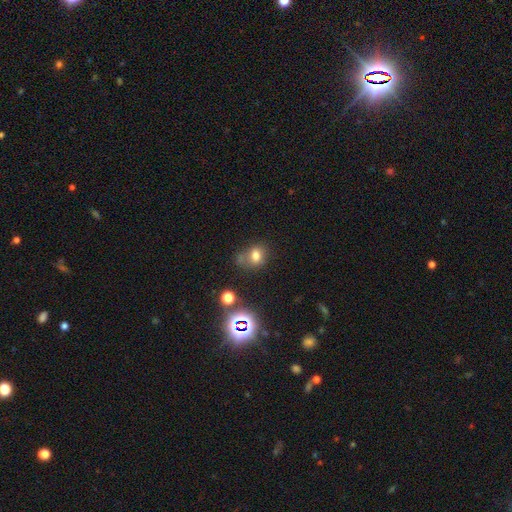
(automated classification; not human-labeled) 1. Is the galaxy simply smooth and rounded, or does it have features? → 70% smooth, 19% star or artifact, 11% featured or disk.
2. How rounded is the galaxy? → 52% round, 47% in between, 1% cigar-shaped.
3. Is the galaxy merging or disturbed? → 47% none, 24% minor disturbance, 17% merger, 13% major disturbance.